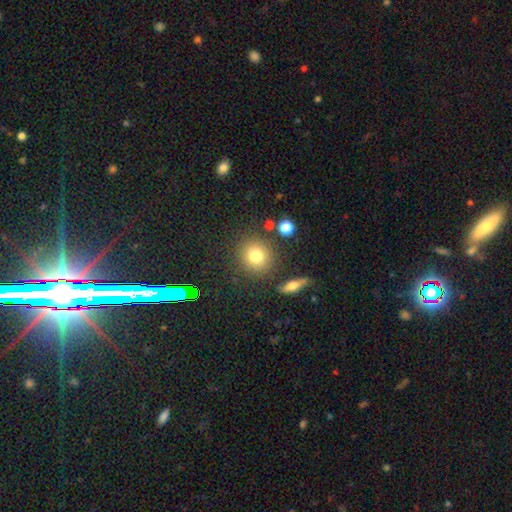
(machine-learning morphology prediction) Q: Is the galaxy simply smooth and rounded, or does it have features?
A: smooth — 78%.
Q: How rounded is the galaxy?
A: round — 90%.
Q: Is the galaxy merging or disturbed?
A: none — 84%.